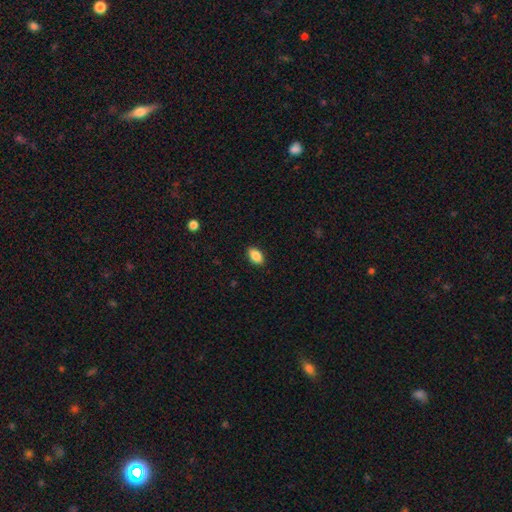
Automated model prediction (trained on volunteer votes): Q: Smooth or featured?
A: smooth (87%); runner-up: star or artifact (8%)
Q: How rounded?
A: in between (91%); runner-up: round (7%)
Q: Merging?
A: none (89%); runner-up: minor disturbance (8%)